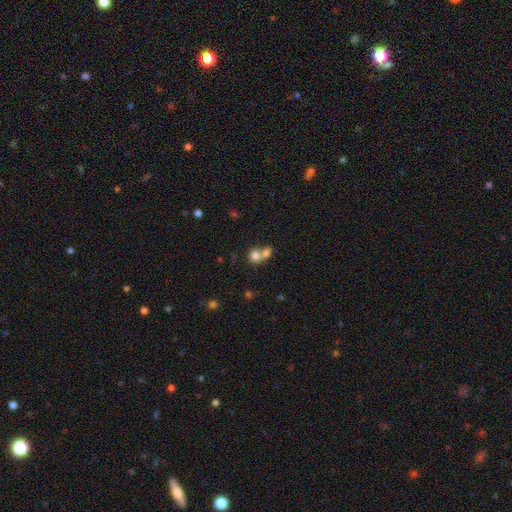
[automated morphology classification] smooth-or-featured: smooth: 77% | featured or disk: 13% | star or artifact: 10%
  how-rounded: round: 73% | in between: 25% | cigar-shaped: 1%
  merging: merger: 64% | none: 27% | minor disturbance: 5% | major disturbance: 3%